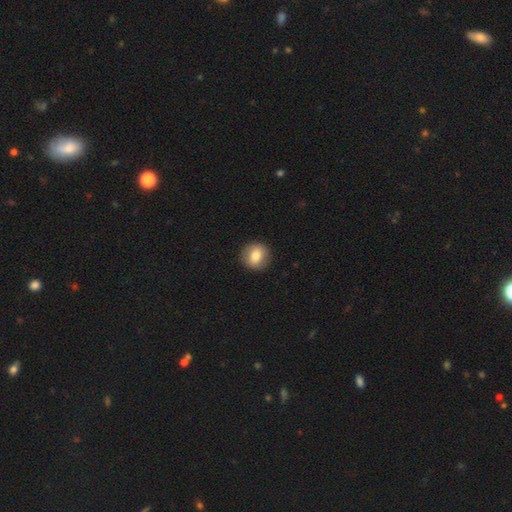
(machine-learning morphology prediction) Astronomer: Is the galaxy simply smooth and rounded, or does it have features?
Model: smooth — 77%.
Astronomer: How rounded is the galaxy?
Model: round — 88%.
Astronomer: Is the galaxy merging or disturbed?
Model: none — 90%.